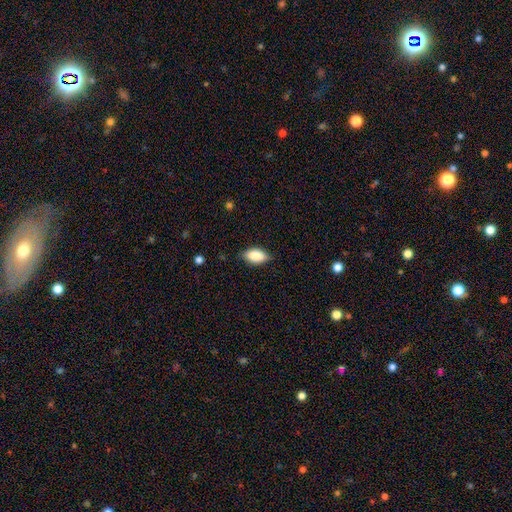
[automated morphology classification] Smooth or featured?
  - smooth: 86% *
  - featured or disk: 8%
  - star or artifact: 7%
How rounded?
  - in between: 91% *
  - cigar-shaped: 5%
  - round: 4%
Merging?
  - none: 81% *
  - minor disturbance: 15%
  - major disturbance: 3%
  - merger: 1%